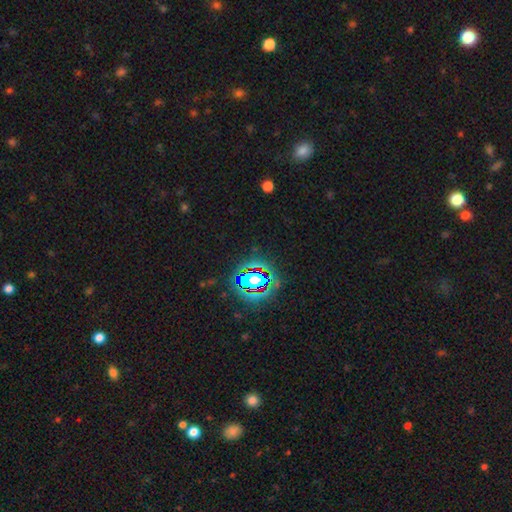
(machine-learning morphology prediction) Q: Smooth or featured?
A: star or artifact (79%); runner-up: smooth (12%)